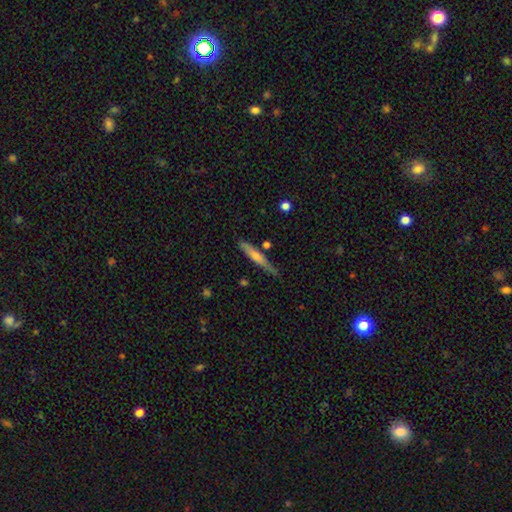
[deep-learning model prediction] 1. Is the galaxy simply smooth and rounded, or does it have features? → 54% featured or disk, 39% smooth, 7% star or artifact.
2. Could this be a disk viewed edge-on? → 95% yes, 5% no.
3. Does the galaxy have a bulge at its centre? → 61% rounded, 32% none, 7% boxy.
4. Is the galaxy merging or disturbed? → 81% none, 13% minor disturbance, 3% merger, 2% major disturbance.